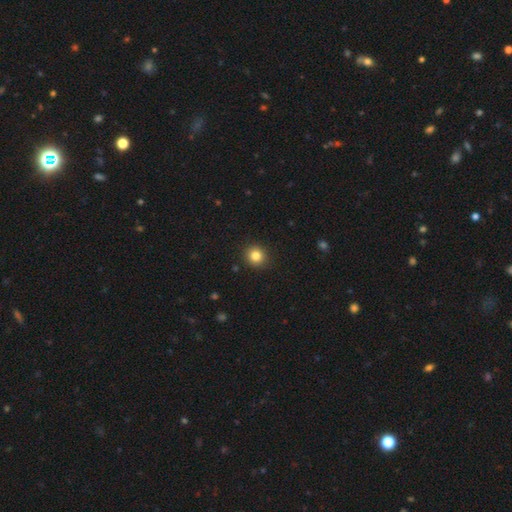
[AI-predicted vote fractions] Smooth or featured? Predicted: smooth (p=0.83). How rounded? Predicted: round (p=0.90). Merging? Predicted: none (p=0.92).